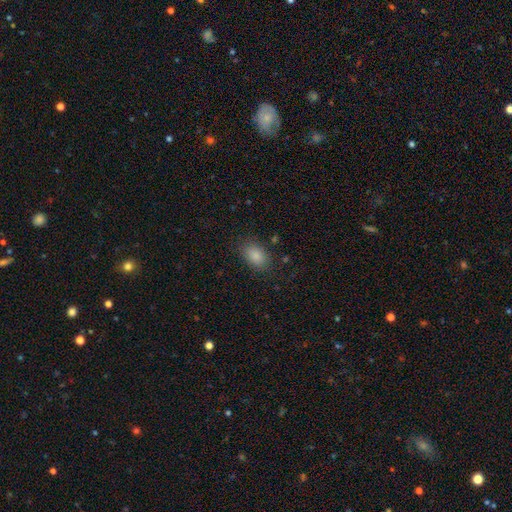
Volunteers were most divided on "smooth or featured": smooth: 90%, star or artifact: 10%, featured or disk: 0%. More confident: how rounded — in between (94%); merging — none (89%).